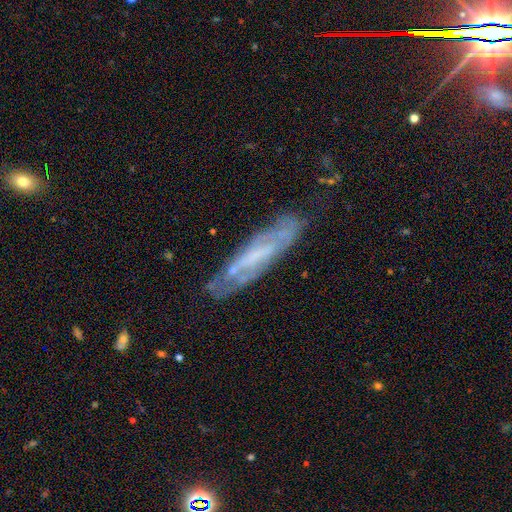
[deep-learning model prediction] Morphology: type=featured or disk (63%); edge-on=no (54%); merging=none (72%).